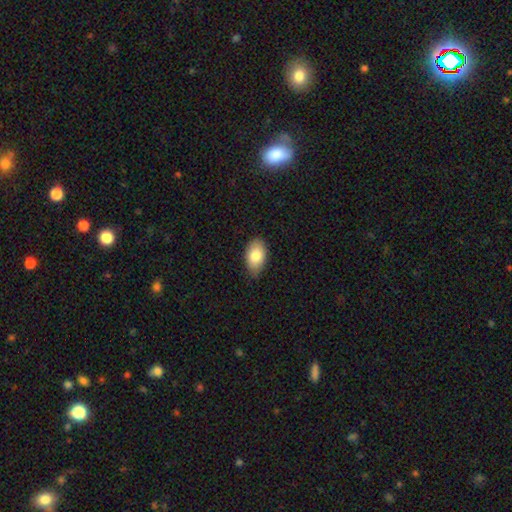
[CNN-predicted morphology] Overall: smooth (82%). How rounded: in between (92%). Merging: none (79%).